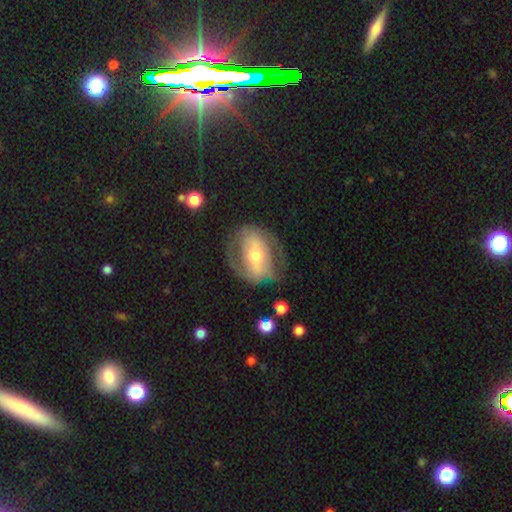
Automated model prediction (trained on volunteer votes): Smooth or featured: featured or disk — 66% (smooth — 28%)
Edge-on disk: no — 93% (yes — 7%)
Bar: strong — 40% (no — 30%)
Spiral arms: yes — 54% (no — 46%)
Bulge size: moderate — 66% (small — 25%)
Merging: none — 62% (minor disturbance — 20%)